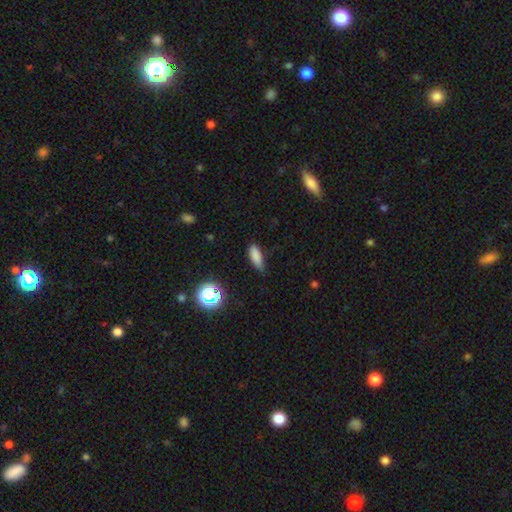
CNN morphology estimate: A smooth galaxy with no disk features (82%) that is in between round and cigar-shaped (72%).

Vote fractions:
- Smooth or featured? smooth: 82% / star or artifact: 12% / featured or disk: 6%
- How rounded? in between: 72% / cigar-shaped: 25% / round: 4%
- Merging? none: 71% / minor disturbance: 23% / major disturbance: 4% / merger: 2%